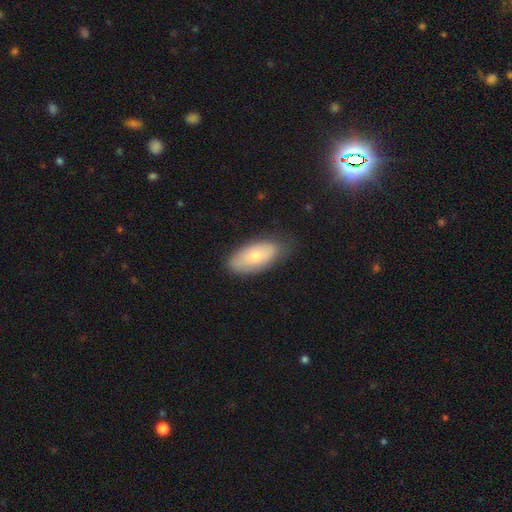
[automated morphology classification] Smooth or featured? Predicted: smooth (p=0.69). How rounded? Predicted: in between (p=0.91). Merging? Predicted: none (p=0.71).